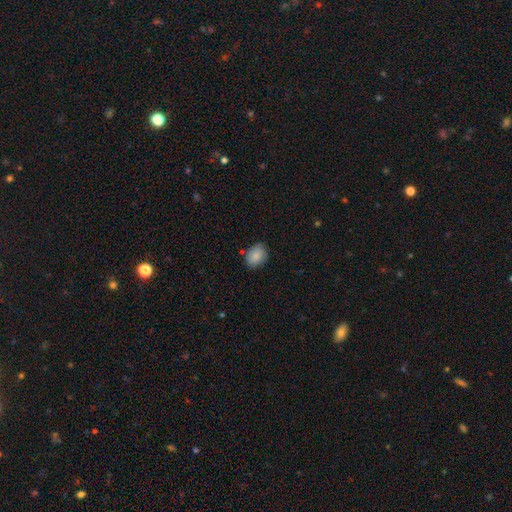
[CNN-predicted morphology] This is clearly a smooth galaxy (86%). How rounded: likely in between (65%). Merging: likely none (76%).